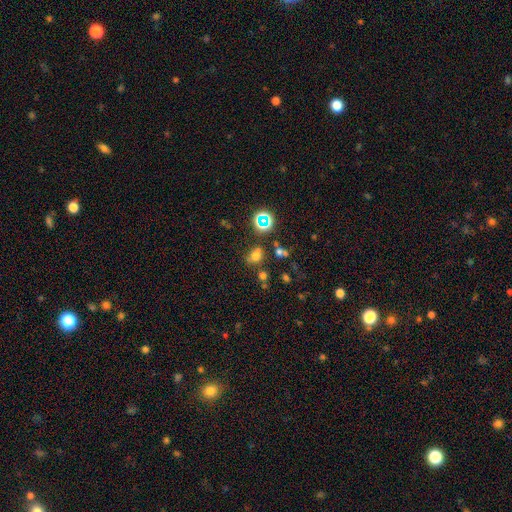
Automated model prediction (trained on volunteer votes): A smooth galaxy with no disk features (66%) that is round (53%). Merging: none (69%).